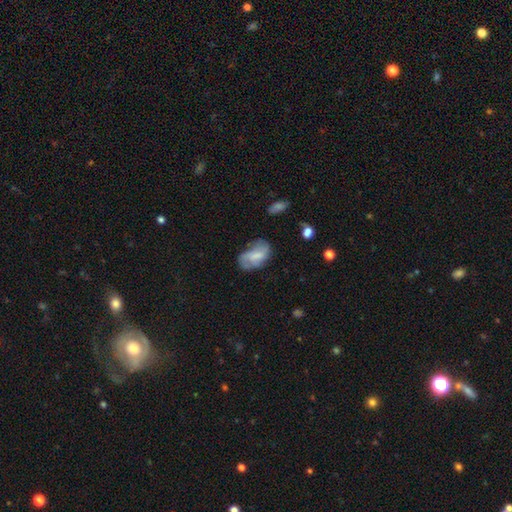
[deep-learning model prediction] Overall: smooth (53%; featured or disk 39%). How rounded: in between (89%). Merging: none (46%; minor disturbance 31%).